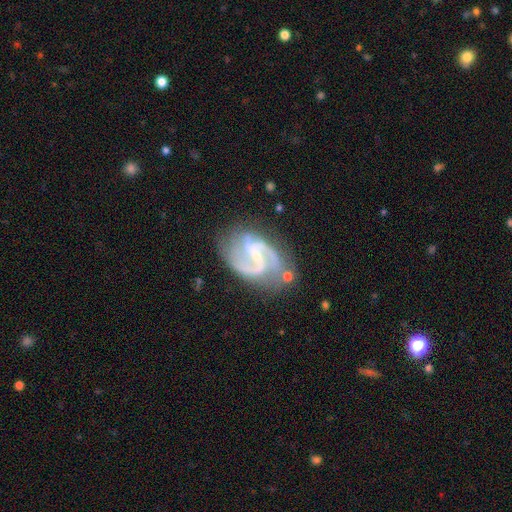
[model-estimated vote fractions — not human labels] Q: Smooth or featured?
A: featured or disk (90%); runner-up: star or artifact (5%)
Q: Edge-on disk?
A: no (98%); runner-up: yes (2%)
Q: Bar?
A: weak (49%); runner-up: strong (31%)
Q: Spiral arms?
A: yes (97%); runner-up: no (3%)
Q: Spiral winding?
A: medium (55%); runner-up: loose (28%)
Q: Spiral arm count?
A: 2 (80%); runner-up: 3 (8%)
Q: Bulge size?
A: small (70%); runner-up: moderate (17%)
Q: Merging?
A: none (63%); runner-up: minor disturbance (21%)